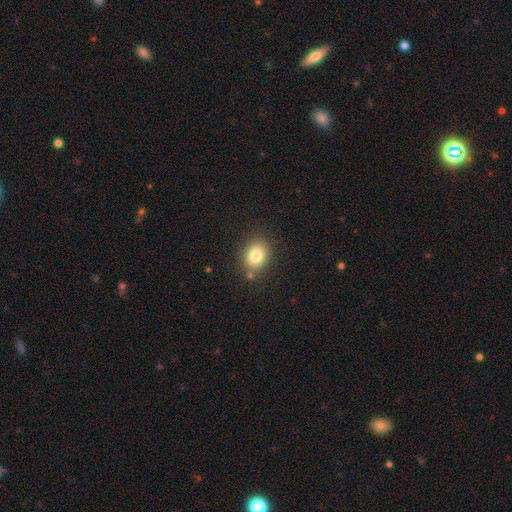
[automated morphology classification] Smooth or featured? Predicted: smooth (p=0.81). How rounded? Predicted: round (p=0.53). Merging? Predicted: none (p=0.81).